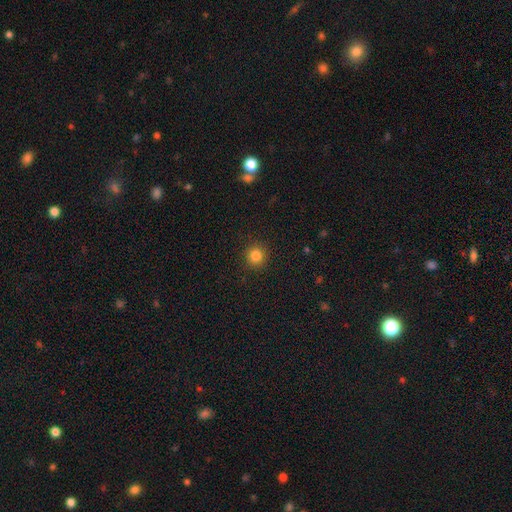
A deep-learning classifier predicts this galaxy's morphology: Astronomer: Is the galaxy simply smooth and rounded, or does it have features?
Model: smooth — 83%.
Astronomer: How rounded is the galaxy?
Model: round — 94%.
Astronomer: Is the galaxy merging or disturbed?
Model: none — 91%.